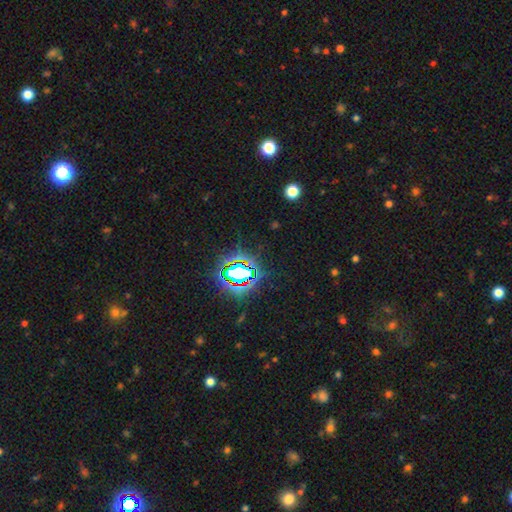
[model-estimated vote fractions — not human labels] Smooth or featured? star or artifact (80%)